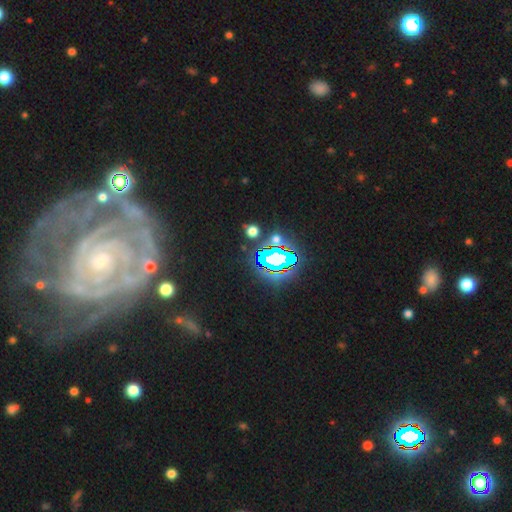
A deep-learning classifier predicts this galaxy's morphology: type=featured or disk (55%); edge-on=no (91%); merging=none (64%).